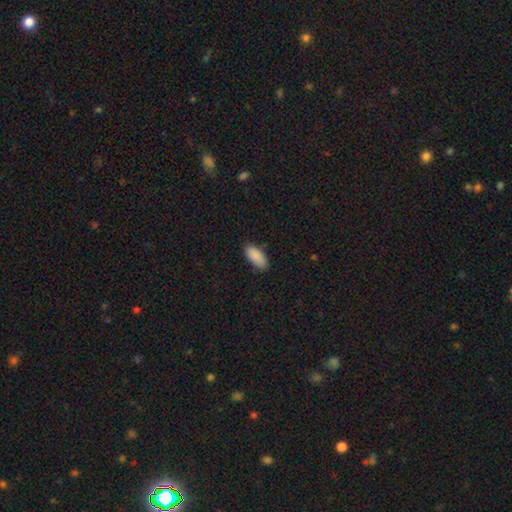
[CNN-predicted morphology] smooth-or-featured: smooth: 90% | star or artifact: 6% | featured or disk: 4%
  how-rounded: in between: 89% | cigar-shaped: 9% | round: 2%
  merging: none: 84% | minor disturbance: 12% | major disturbance: 2% | merger: 1%